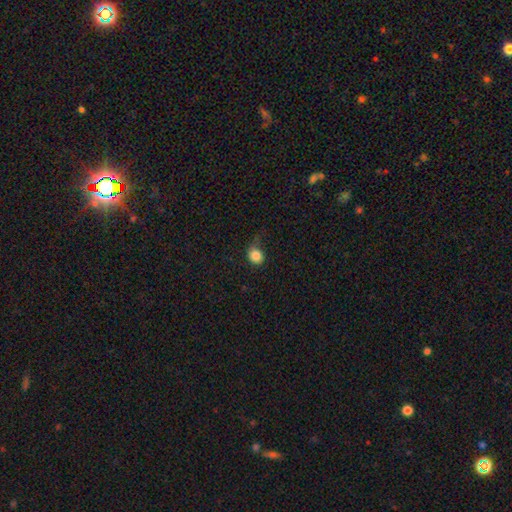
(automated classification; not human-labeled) This is clearly a smooth galaxy (85%). How rounded: likely round (74%). Merging: possibly none (57%).